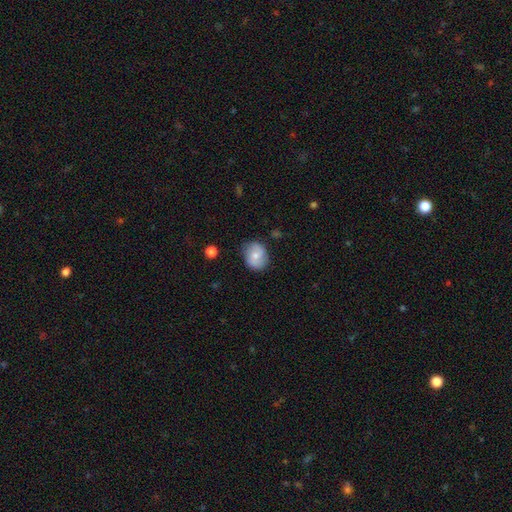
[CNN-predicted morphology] Smooth or featured?
  - smooth: 67% *
  - featured or disk: 25%
  - star or artifact: 8%
How rounded?
  - round: 58% *
  - in between: 41%
  - cigar-shaped: 1%
Merging?
  - none: 76% *
  - minor disturbance: 18%
  - major disturbance: 4%
  - merger: 2%